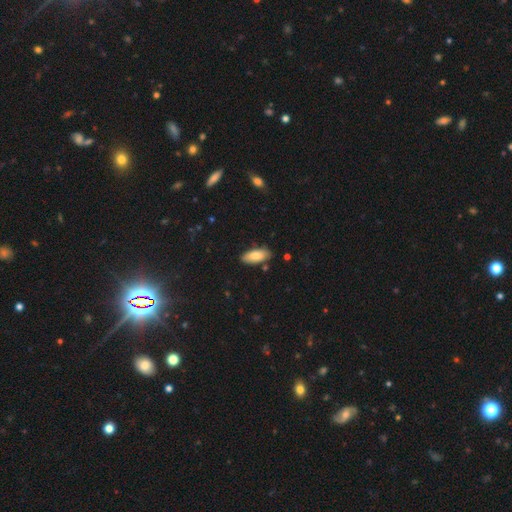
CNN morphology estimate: smooth_or_featured: smooth (p=0.82) [alt: featured or disk p=0.12]
how_rounded: in between (p=0.83) [alt: cigar-shaped p=0.15]
merging: none (p=0.82) [alt: minor disturbance p=0.14]